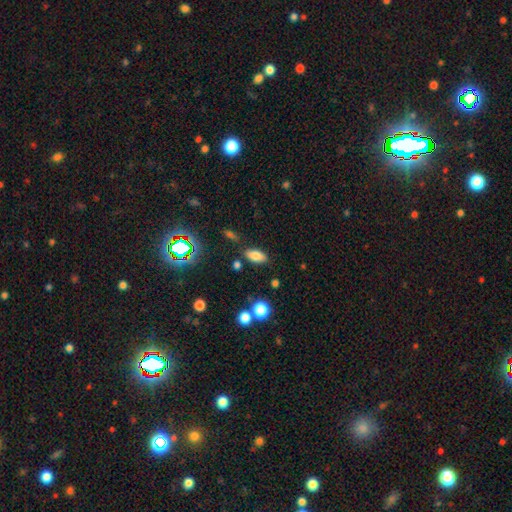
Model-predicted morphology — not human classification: Smooth or featured: smooth — 77% (star or artifact — 12%)
How rounded: in between — 87% (cigar-shaped — 9%)
Merging: none — 82% (minor disturbance — 11%)